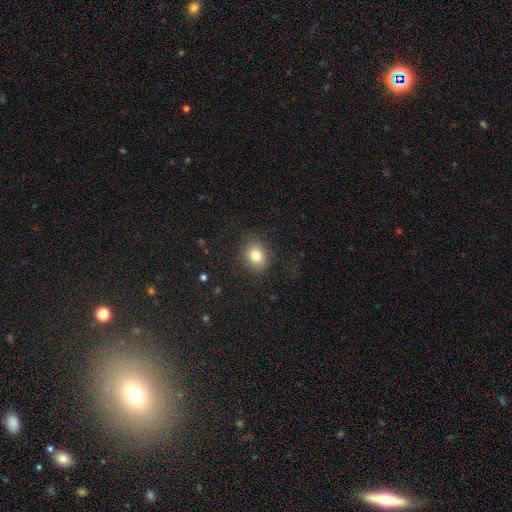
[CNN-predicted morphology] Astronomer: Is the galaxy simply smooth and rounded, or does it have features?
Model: smooth — 81%.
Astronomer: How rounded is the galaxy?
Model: round — 63%.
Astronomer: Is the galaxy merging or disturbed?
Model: none — 83%.